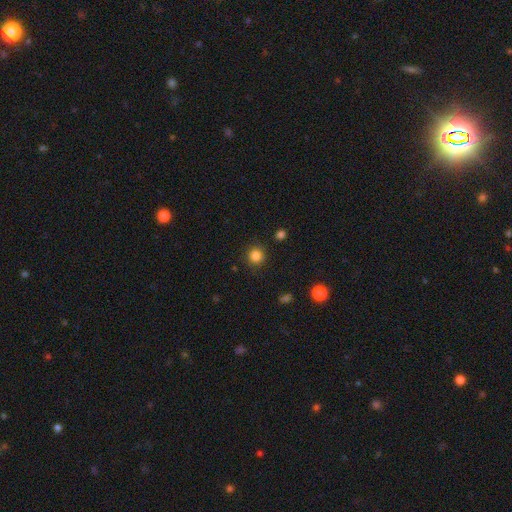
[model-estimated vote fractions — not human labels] The model was most divided on "smooth or featured": smooth: 84%, star or artifact: 12%, featured or disk: 4%. More confident: how rounded — round (92%); merging — none (89%).